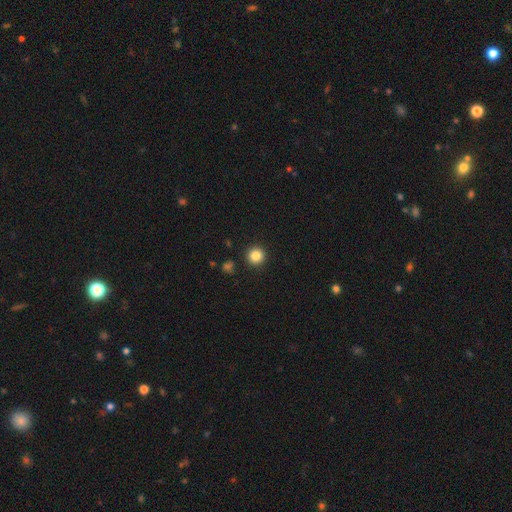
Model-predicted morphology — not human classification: Smooth or featured? Predicted: smooth (p=0.84). How rounded? Predicted: round (p=0.95). Merging? Predicted: none (p=0.92).